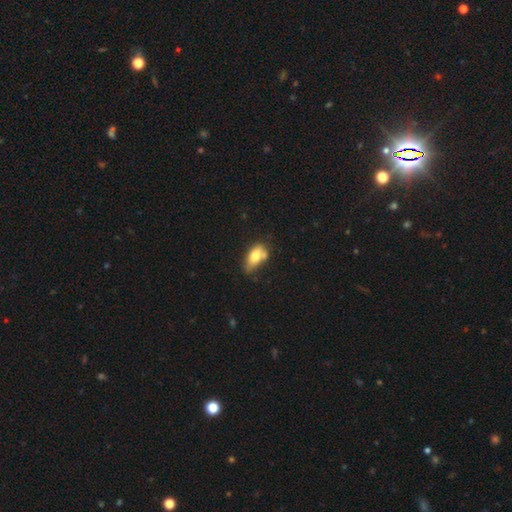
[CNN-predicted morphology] smooth-or-featured: smooth: 72% | featured or disk: 20% | star or artifact: 8%
  how-rounded: in between: 87% | round: 8% | cigar-shaped: 5%
  merging: none: 36% | minor disturbance: 30% | merger: 22% | major disturbance: 12%